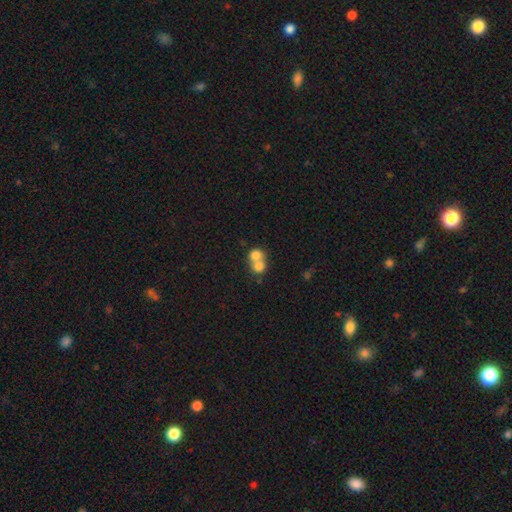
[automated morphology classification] Smooth or featured: smooth — 74% (featured or disk — 16%)
How rounded: round — 74% (in between — 25%)
Merging: merger — 70% (none — 24%)